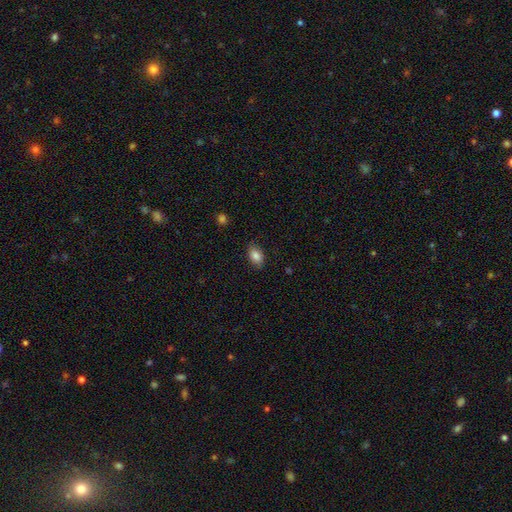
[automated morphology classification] type=smooth (84%); roundness=in between (88%); merging=none (84%).